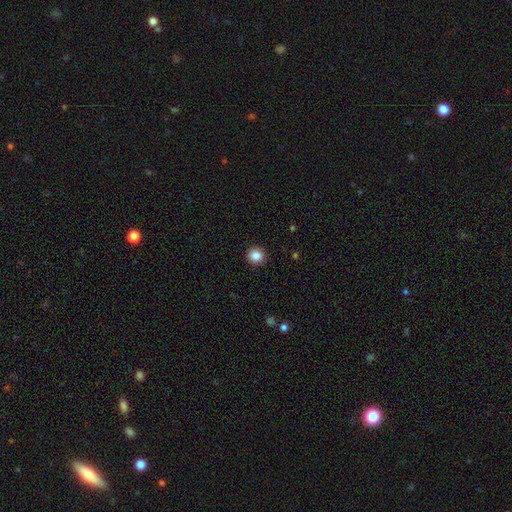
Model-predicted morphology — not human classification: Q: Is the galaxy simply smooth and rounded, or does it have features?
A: smooth — 86%.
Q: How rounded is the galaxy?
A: round — 92%.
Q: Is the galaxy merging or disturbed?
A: none — 92%.